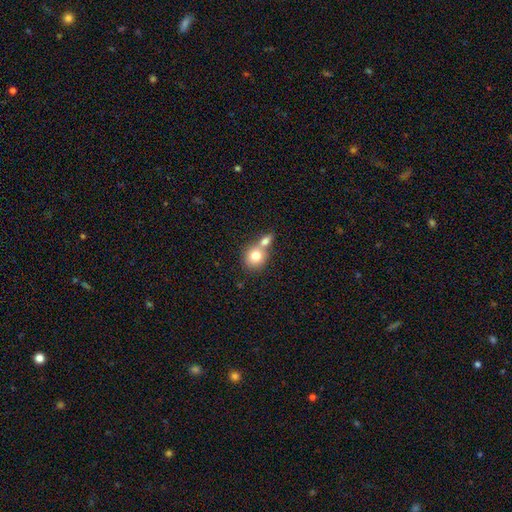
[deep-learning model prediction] Smooth or featured? smooth (77%)
How rounded? round (76%)
Merging? merger (58%)